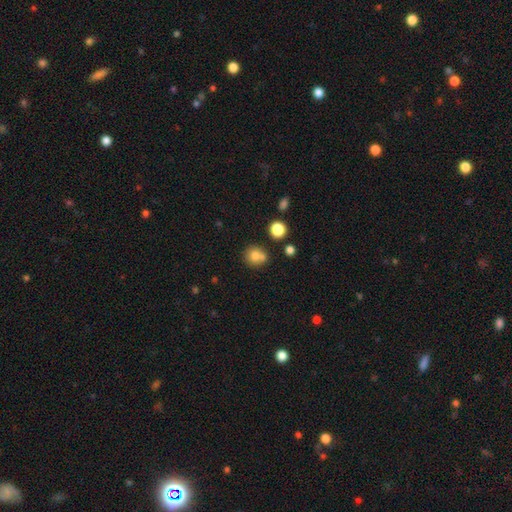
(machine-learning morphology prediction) type=smooth (75%); roundness=round (85%); merging=none (55%).